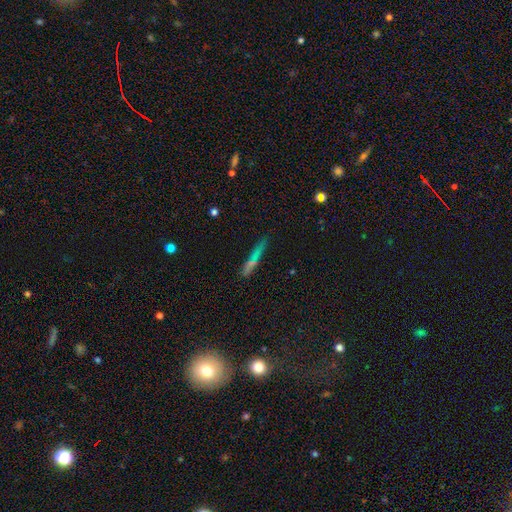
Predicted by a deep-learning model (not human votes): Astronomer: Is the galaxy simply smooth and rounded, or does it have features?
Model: smooth — 47% (runner-up: featured or disk, 36%).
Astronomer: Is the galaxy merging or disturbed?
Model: none — 75%.